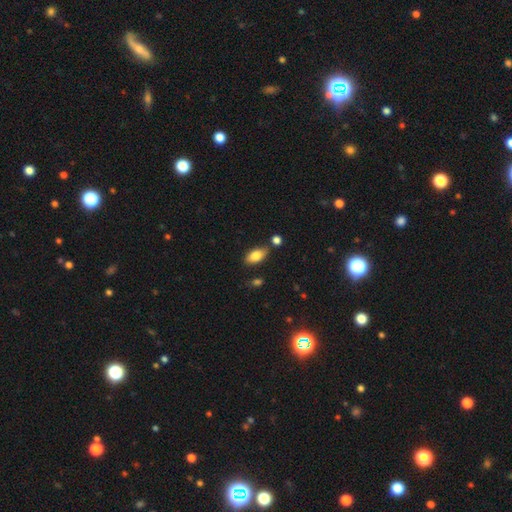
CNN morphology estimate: Smooth or featured? Predicted: smooth (p=0.83). How rounded? Predicted: in between (p=0.90). Merging? Predicted: none (p=0.75).